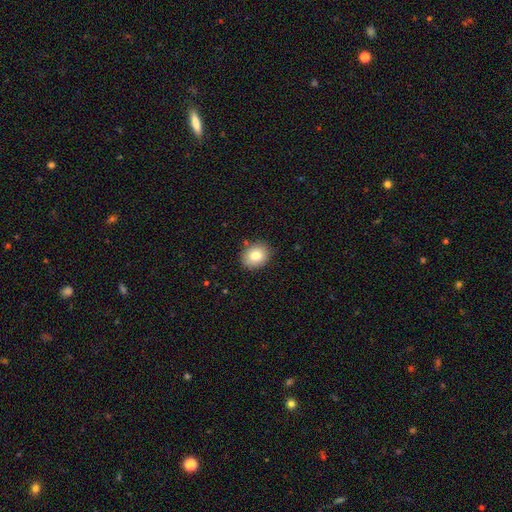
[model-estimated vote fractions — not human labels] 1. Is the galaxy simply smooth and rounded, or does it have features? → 80% smooth, 11% featured or disk, 9% star or artifact.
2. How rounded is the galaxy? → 52% round, 47% in between, 1% cigar-shaped.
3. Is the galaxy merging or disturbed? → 85% none, 11% minor disturbance, 2% major disturbance, 2% merger.